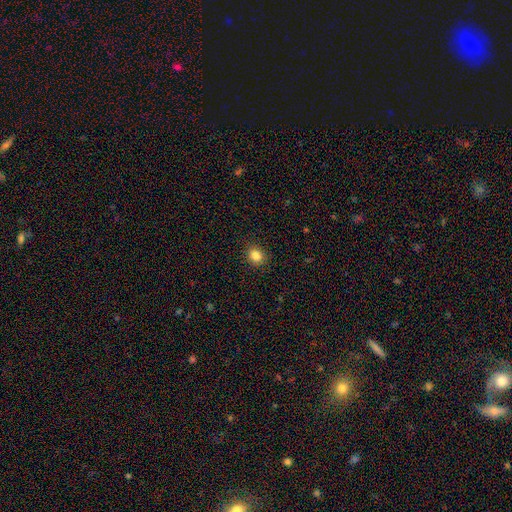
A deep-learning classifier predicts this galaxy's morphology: Smooth or featured?
  - smooth: 84% *
  - star or artifact: 11%
  - featured or disk: 5%
How rounded?
  - round: 79% *
  - in between: 21%
  - cigar-shaped: 1%
Merging?
  - none: 91% *
  - minor disturbance: 6%
  - major disturbance: 2%
  - merger: 1%